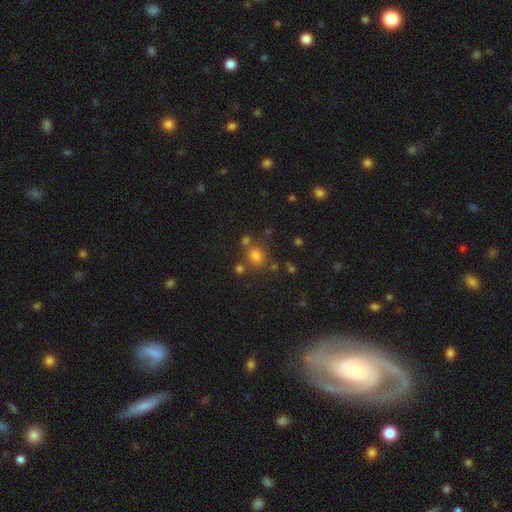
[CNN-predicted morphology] Smooth or featured? Predicted: smooth (p=0.75). How rounded? Predicted: round (p=0.79). Merging? Predicted: none (p=0.69).